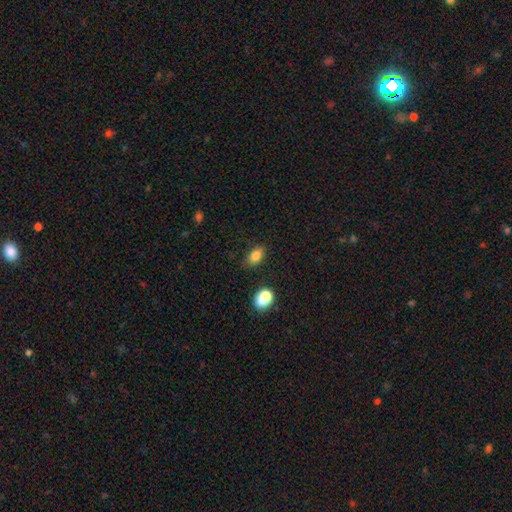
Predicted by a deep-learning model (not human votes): smooth-or-featured: smooth: 83% | star or artifact: 10% | featured or disk: 7%
  how-rounded: in between: 84% | round: 13% | cigar-shaped: 2%
  merging: none: 80% | minor disturbance: 14% | major disturbance: 3% | merger: 3%